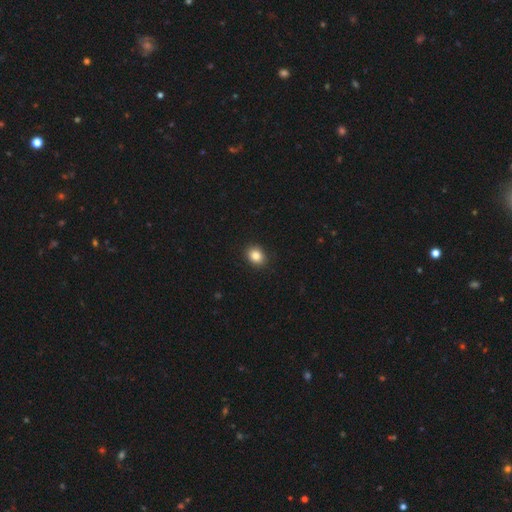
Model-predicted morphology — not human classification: Q: Smooth or featured?
A: smooth (86%); runner-up: star or artifact (10%)
Q: How rounded?
A: round (54%); runner-up: in between (45%)
Q: Merging?
A: none (91%); runner-up: minor disturbance (6%)